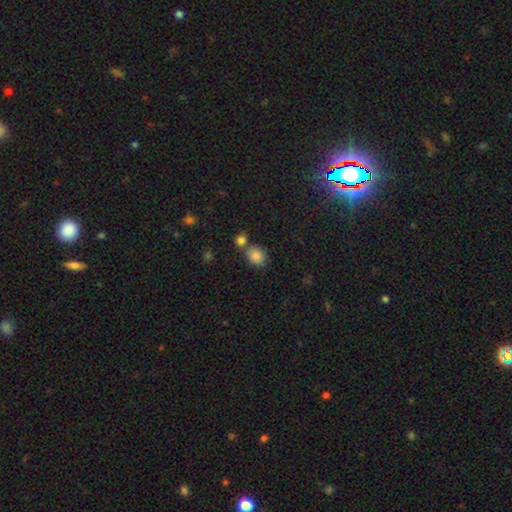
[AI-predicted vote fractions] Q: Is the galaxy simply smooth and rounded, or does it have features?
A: smooth — 85%.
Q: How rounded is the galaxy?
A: round — 57%.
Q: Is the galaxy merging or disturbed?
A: none — 60%.